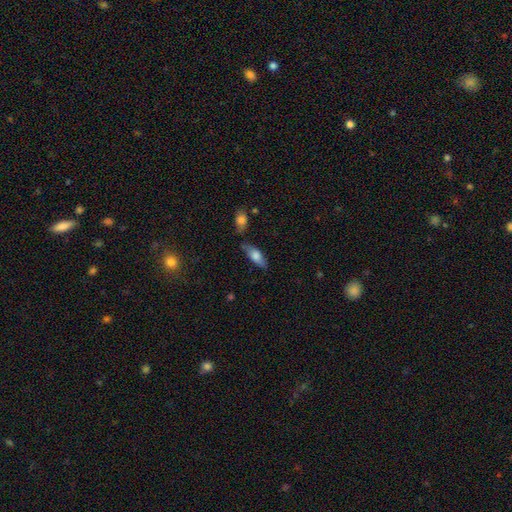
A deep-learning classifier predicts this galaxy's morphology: A smooth galaxy with no disk features (67%) that is in between round and cigar-shaped (66%). Merging: none (69%).